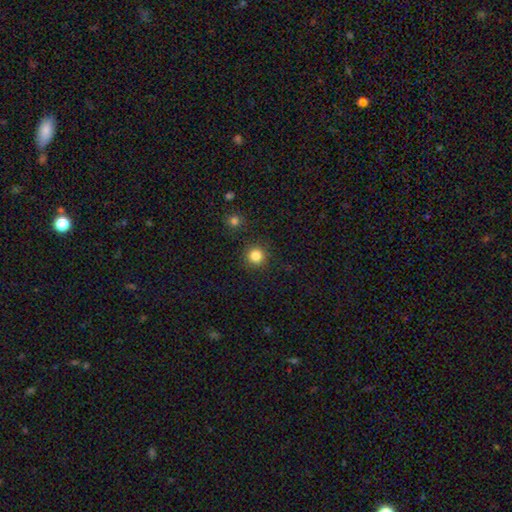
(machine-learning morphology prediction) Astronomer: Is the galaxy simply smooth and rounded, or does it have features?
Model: smooth — 84%.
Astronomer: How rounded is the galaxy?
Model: round — 95%.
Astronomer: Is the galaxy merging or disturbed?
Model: none — 89%.